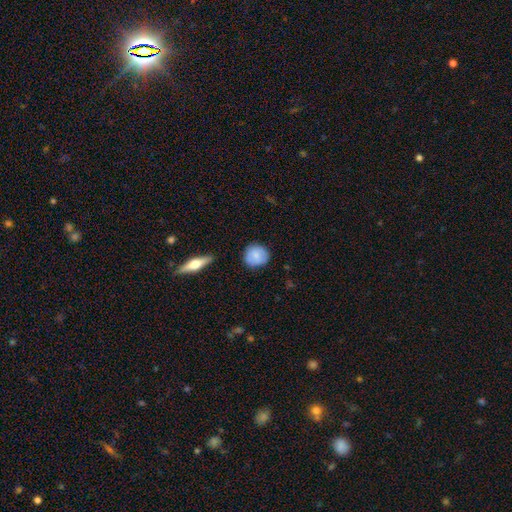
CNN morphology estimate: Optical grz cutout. It shows a smooth galaxy with no disk features (77%) that is round (88%). Merging: none (82%).